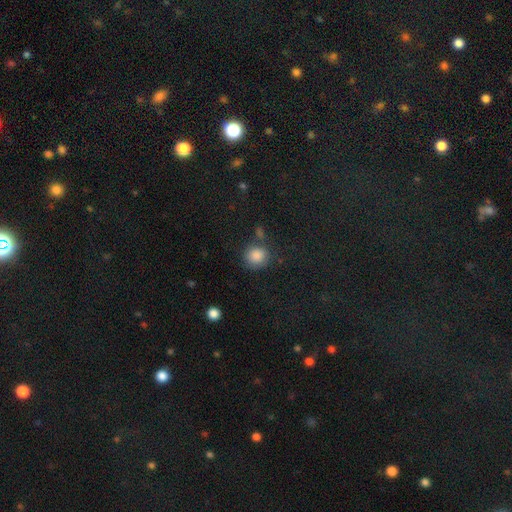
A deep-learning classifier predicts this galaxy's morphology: smooth-or-featured: smooth: 86% | star or artifact: 9% | featured or disk: 5%
  how-rounded: round: 85% | in between: 14% | cigar-shaped: 1%
  merging: none: 71% | minor disturbance: 15% | merger: 9% | major disturbance: 5%